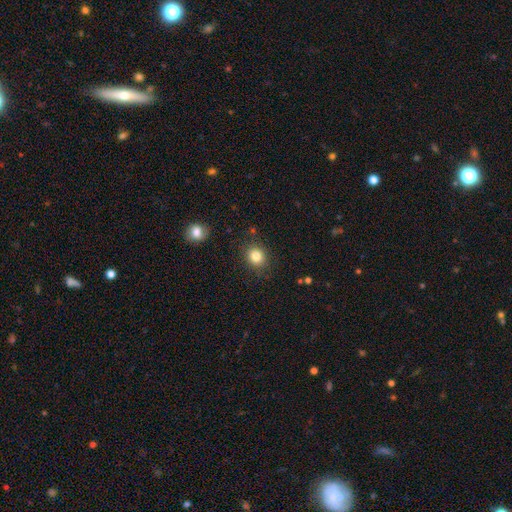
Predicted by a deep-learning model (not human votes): Smooth or featured: smooth — 83% (star or artifact — 11%)
How rounded: round — 74% (in between — 25%)
Merging: none — 86% (minor disturbance — 10%)